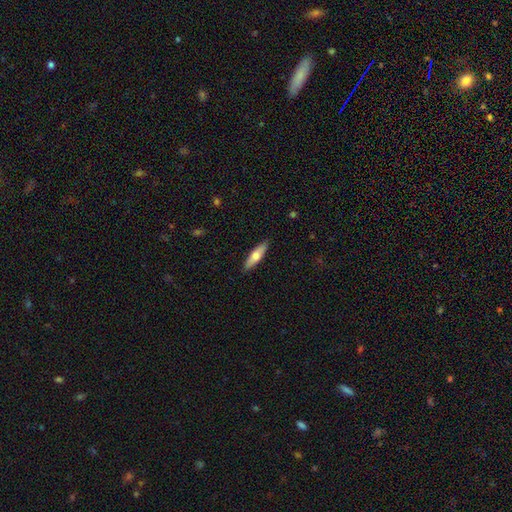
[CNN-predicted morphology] smooth 61%, featured or disk 34%, star or artifact 5%. Down the decision tree: how rounded — cigar-shaped (64%); merging — none (89%).